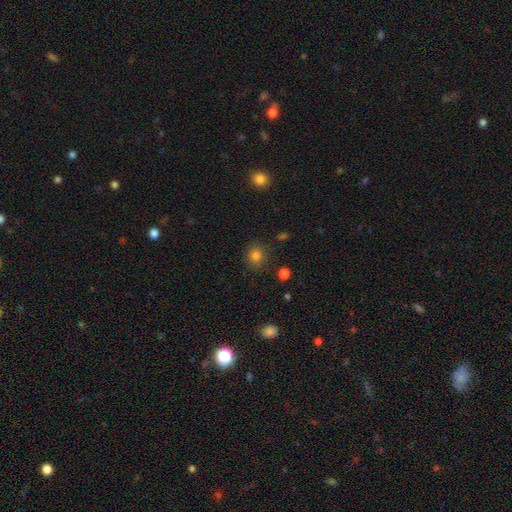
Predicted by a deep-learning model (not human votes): smooth 81%, star or artifact 13%, featured or disk 6%. Down the decision tree: how rounded — round (81%); merging — none (85%).